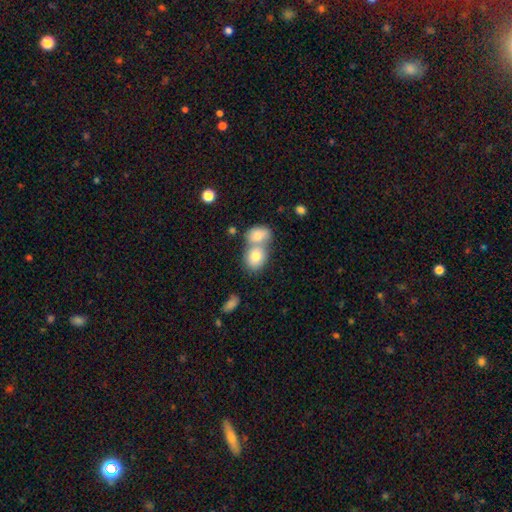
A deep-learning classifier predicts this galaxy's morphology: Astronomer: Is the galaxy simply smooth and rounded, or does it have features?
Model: smooth — 79%.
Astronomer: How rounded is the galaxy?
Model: in between — 54% (runner-up: round, 45%).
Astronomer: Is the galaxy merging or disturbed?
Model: merger — 59%.